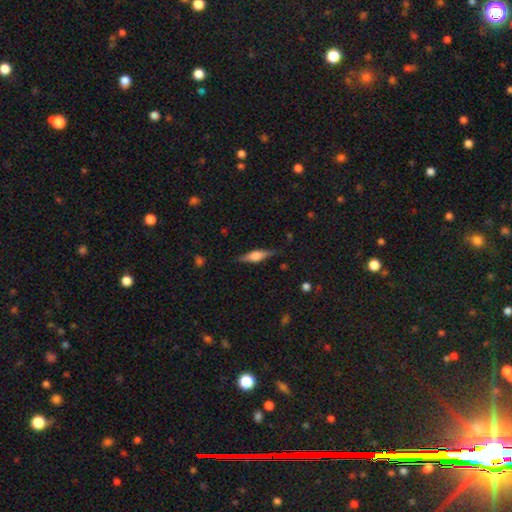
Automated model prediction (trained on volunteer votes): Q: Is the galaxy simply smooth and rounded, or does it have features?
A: featured or disk — 68%.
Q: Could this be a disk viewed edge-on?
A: yes — 97%.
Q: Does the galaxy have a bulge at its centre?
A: rounded — 83%.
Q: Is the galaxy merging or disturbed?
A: none — 86%.